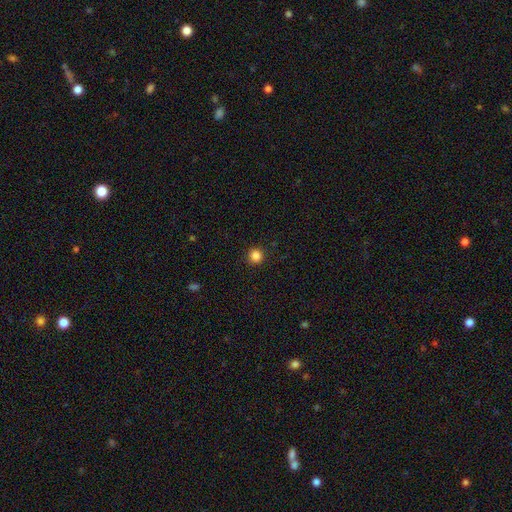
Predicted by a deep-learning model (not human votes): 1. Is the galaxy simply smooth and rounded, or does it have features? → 85% smooth, 12% star or artifact, 3% featured or disk.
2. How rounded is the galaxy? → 94% round, 5% in between, 1% cigar-shaped.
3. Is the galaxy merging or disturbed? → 92% none, 5% minor disturbance, 2% major disturbance, 1% merger.